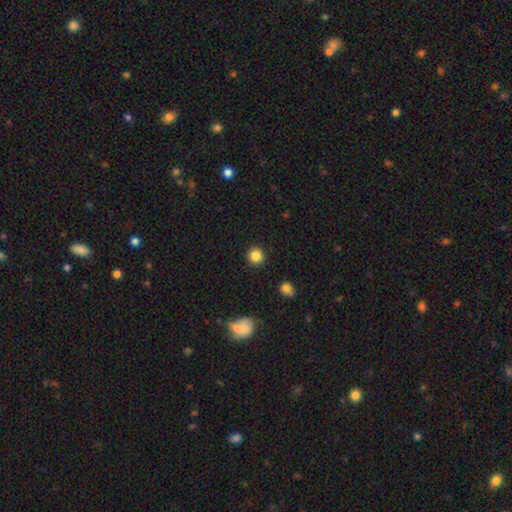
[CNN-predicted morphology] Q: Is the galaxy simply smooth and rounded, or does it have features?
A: smooth — 85%.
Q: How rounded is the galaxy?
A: round — 94%.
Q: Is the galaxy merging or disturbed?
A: none — 91%.